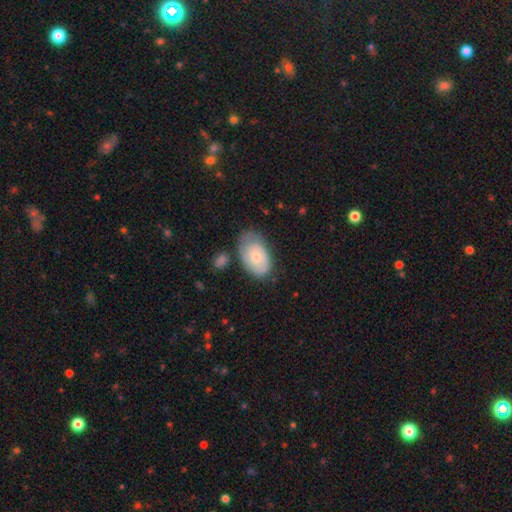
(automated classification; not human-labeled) Morphology: type=smooth (53%); roundness=in between (91%); merging=none (62%).